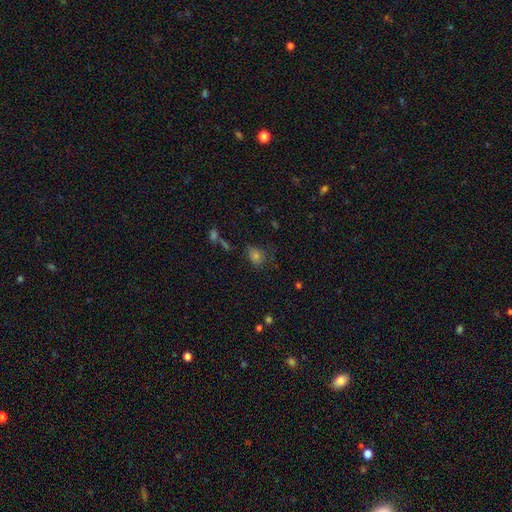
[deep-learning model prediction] This appears to be a smooth galaxy with no disk features (65%) that is round (54%). Merging: none (65%).